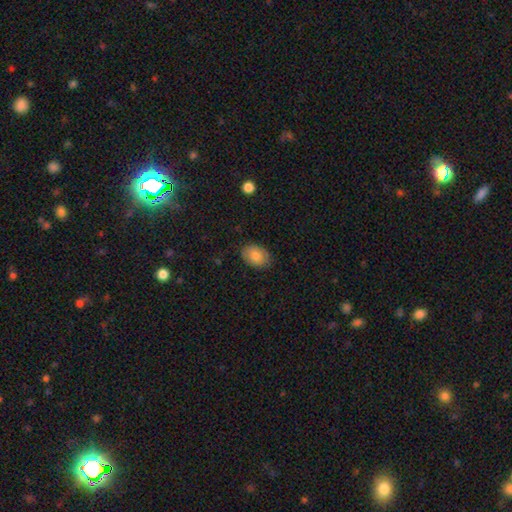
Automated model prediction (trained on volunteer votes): Smooth or featured?
  - smooth: 81% *
  - featured or disk: 11%
  - star or artifact: 7%
How rounded?
  - in between: 81% *
  - round: 18%
  - cigar-shaped: 1%
Merging?
  - none: 82% *
  - minor disturbance: 14%
  - major disturbance: 3%
  - merger: 1%